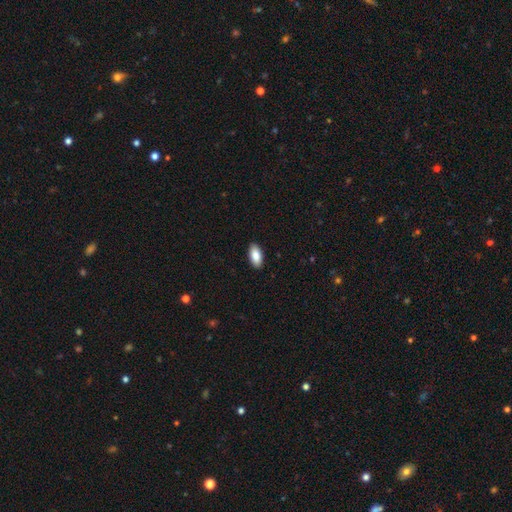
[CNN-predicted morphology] smooth 87%, featured or disk 7%, star or artifact 6%. Down the decision tree: how rounded — in between (92%); merging — none (90%).